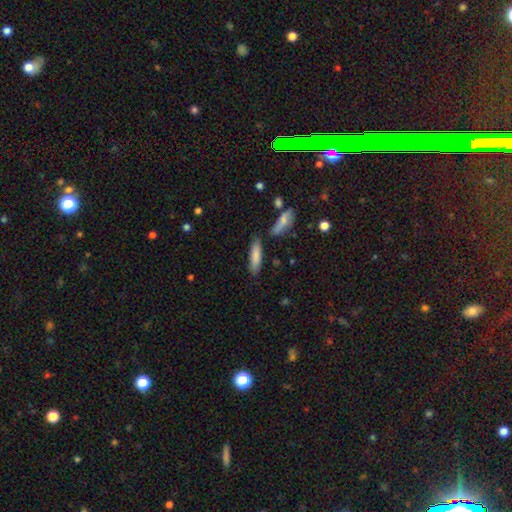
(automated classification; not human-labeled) Overall: smooth (83%). How rounded: cigar-shaped (66%; in between 33%). Merging: none (76%).